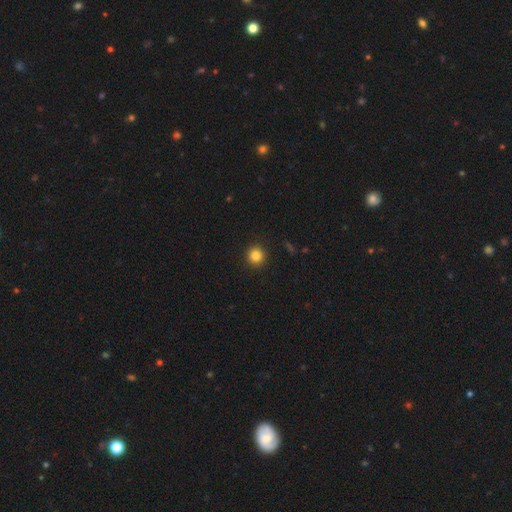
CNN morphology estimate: type=smooth (84%); roundness=round (95%); merging=none (93%).